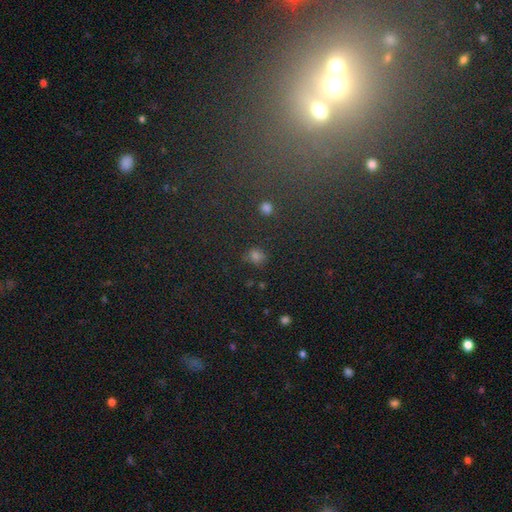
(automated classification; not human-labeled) Smooth or featured? Predicted: smooth (p=0.68). How rounded? Predicted: round (p=0.76). Merging? Predicted: none (p=0.76).